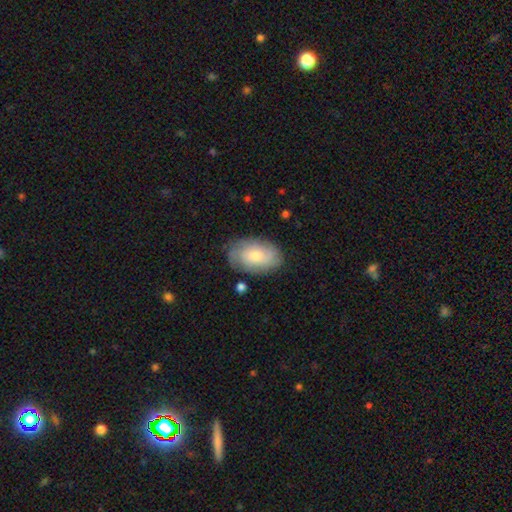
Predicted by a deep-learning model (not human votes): smooth_or_featured: featured or disk (p=0.48) [alt: smooth p=0.45]
merging: none (p=0.76) [alt: minor disturbance p=0.18]